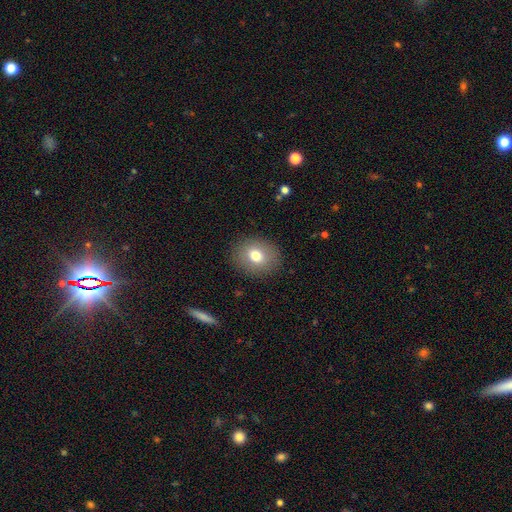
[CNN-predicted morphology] A smooth galaxy with no disk features (75%) that is round (59%).

Vote fractions:
- Smooth or featured? smooth: 75% / featured or disk: 15% / star or artifact: 10%
- How rounded? round: 59% / in between: 40% / cigar-shaped: 1%
- Merging? none: 88% / minor disturbance: 8% / major disturbance: 3% / merger: 1%